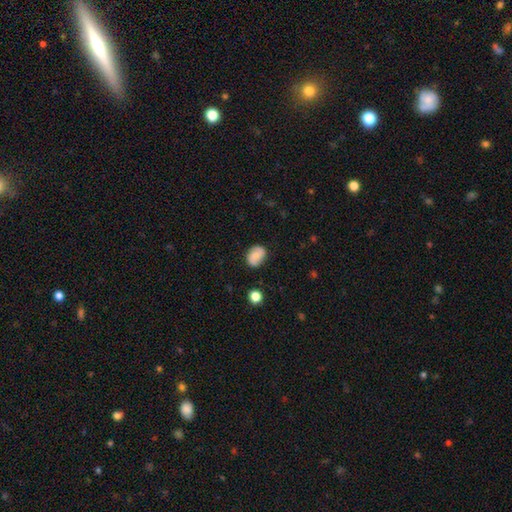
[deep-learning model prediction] Morphology: type=smooth (61%); roundness=in between (67%); merging=none (79%).